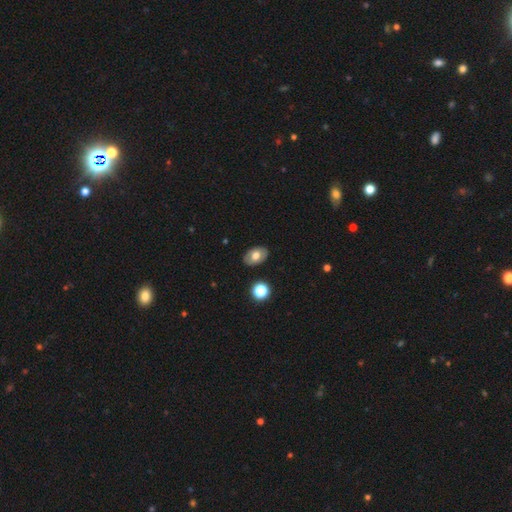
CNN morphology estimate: Smooth or featured? smooth (66%)
How rounded? in between (87%)
Merging? none (87%)